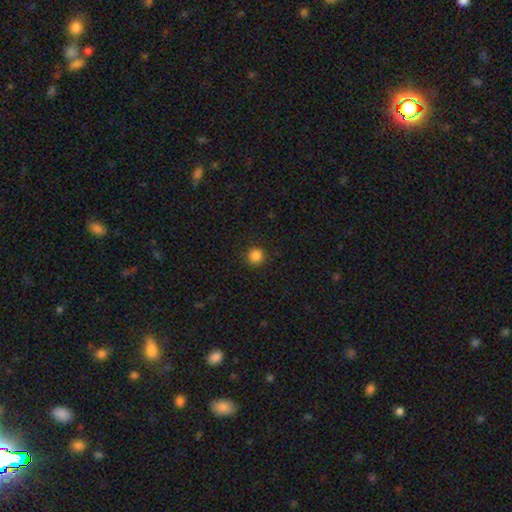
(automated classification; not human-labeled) Smooth or featured: smooth — 85% (star or artifact — 12%)
How rounded: round — 95% (in between — 4%)
Merging: none — 91% (minor disturbance — 6%)